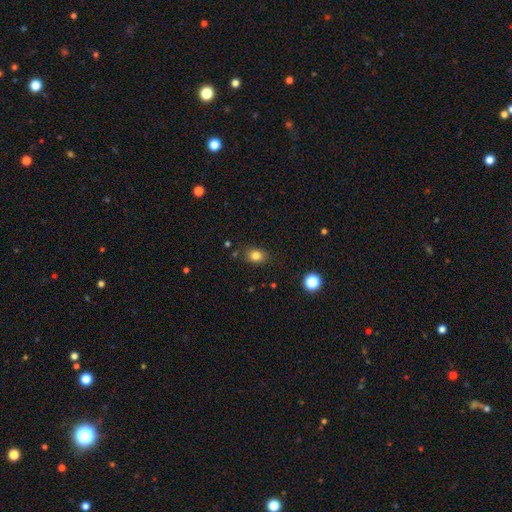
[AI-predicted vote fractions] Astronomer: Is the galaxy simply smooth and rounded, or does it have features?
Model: smooth — 82%.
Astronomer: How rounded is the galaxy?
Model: in between — 60% (runner-up: round, 39%).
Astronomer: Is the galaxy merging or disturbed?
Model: none — 82%.